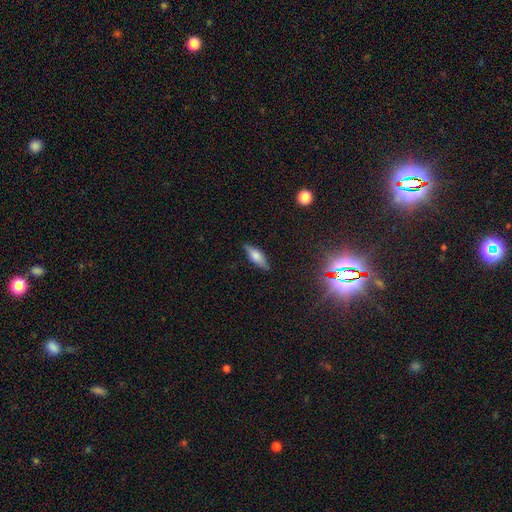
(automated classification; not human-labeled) This appears to be a smooth galaxy with no disk features (56%) that is in between round and cigar-shaped (50%). Merging: none (84%).